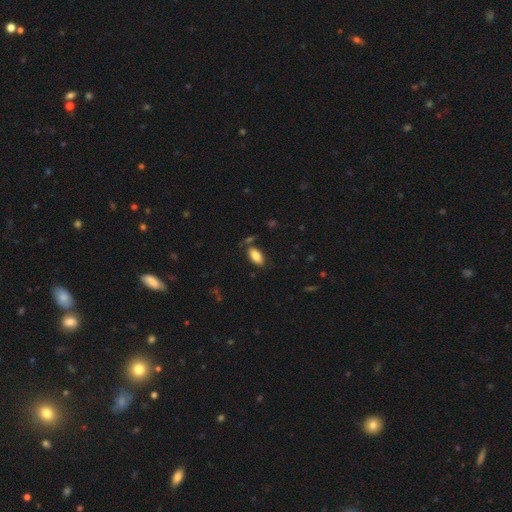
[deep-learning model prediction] This is clearly a smooth galaxy (85%). How rounded: clearly in between (93%). Merging: likely none (78%).